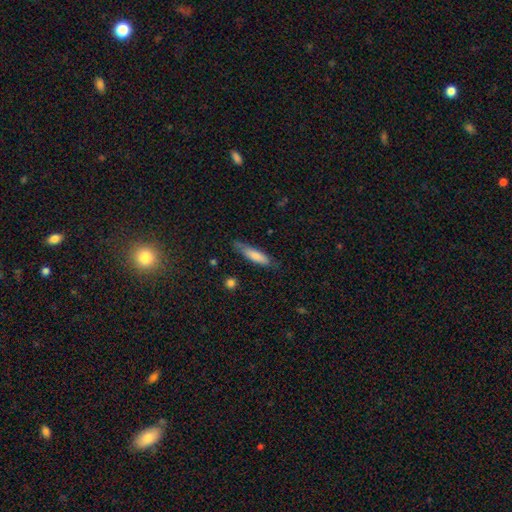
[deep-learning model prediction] A smooth galaxy with no disk features (79%) that is cigar-shaped (70%).

Vote fractions:
- Smooth or featured? smooth: 79% / featured or disk: 16% / star or artifact: 6%
- How rounded? cigar-shaped: 70% / in between: 28% / round: 1%
- Merging? none: 69% / minor disturbance: 24% / major disturbance: 5% / merger: 2%